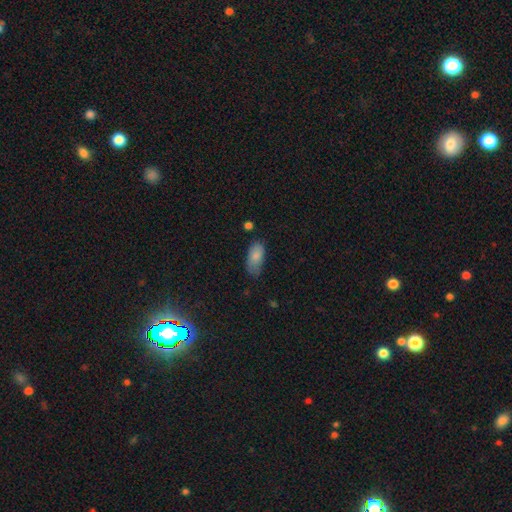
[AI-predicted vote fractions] smooth-or-featured: smooth: 84% | featured or disk: 9% | star or artifact: 7%
  how-rounded: in between: 91% | cigar-shaped: 6% | round: 3%
  merging: none: 53% | minor disturbance: 35% | major disturbance: 9% | merger: 3%